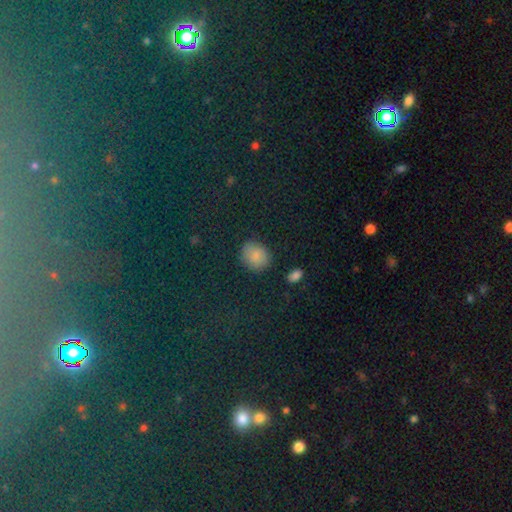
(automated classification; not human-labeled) Smooth or featured: smooth — 80% (star or artifact — 14%)
How rounded: round — 72% (in between — 27%)
Merging: none — 83% (minor disturbance — 12%)